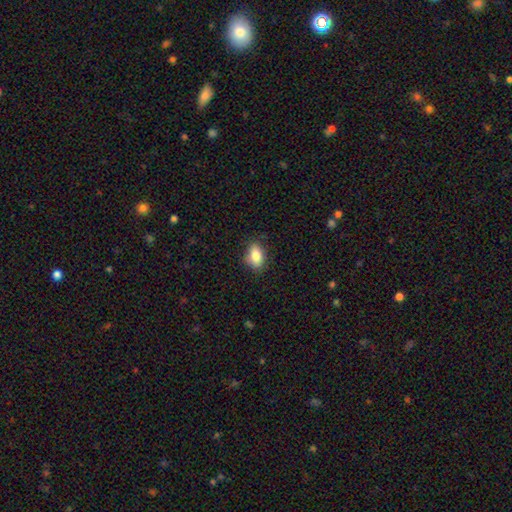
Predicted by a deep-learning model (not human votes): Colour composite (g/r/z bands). It shows a smooth galaxy with no disk features (84%) that is in between round and cigar-shaped (86%). Merging: none (82%).